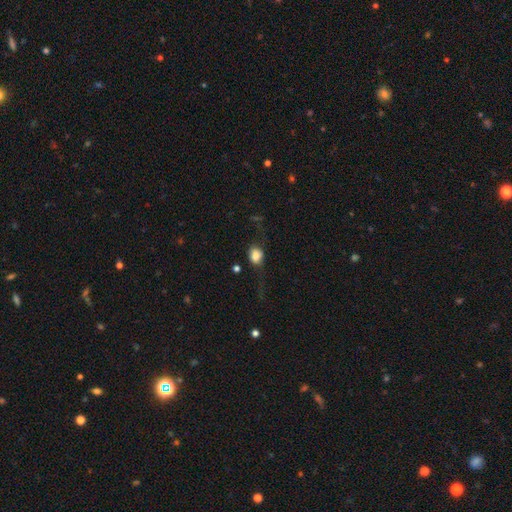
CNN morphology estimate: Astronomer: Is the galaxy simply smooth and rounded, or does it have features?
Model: smooth — 79%.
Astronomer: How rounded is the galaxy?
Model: round — 52% (runner-up: in between, 46%).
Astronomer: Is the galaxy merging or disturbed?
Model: none — 52%.